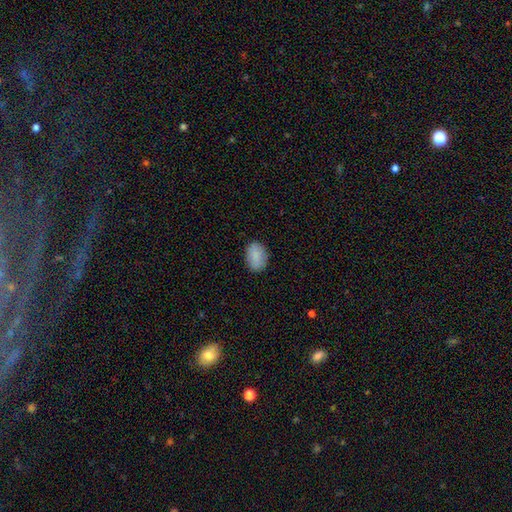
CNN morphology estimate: Smooth or featured? Predicted: smooth (p=0.87). How rounded? Predicted: in between (p=0.81). Merging? Predicted: none (p=0.86).